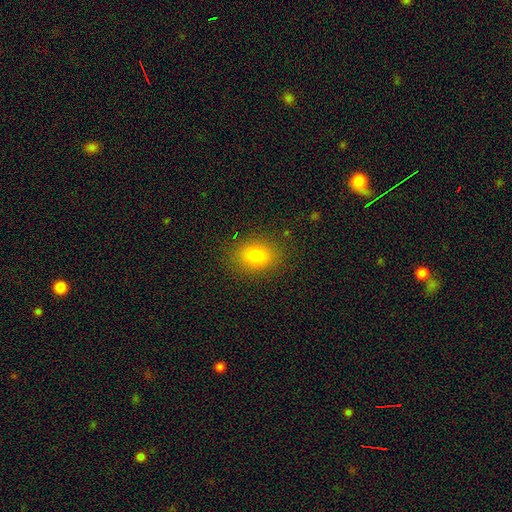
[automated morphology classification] Smooth or featured: smooth — 79% (star or artifact — 12%)
How rounded: in between — 65% (round — 33%)
Merging: none — 87% (minor disturbance — 9%)